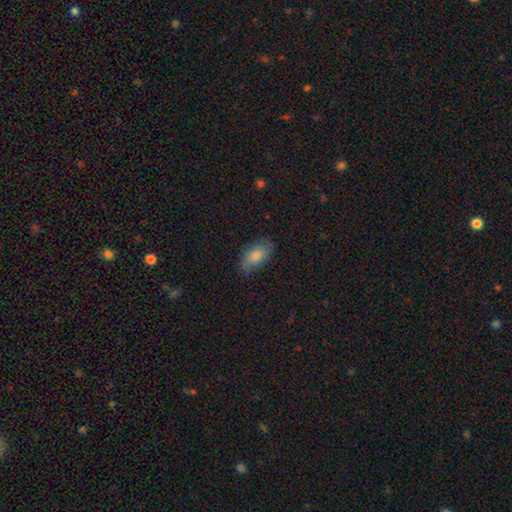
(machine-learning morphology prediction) Smooth or featured? smooth (72%)
How rounded? in between (90%)
Merging? none (79%)